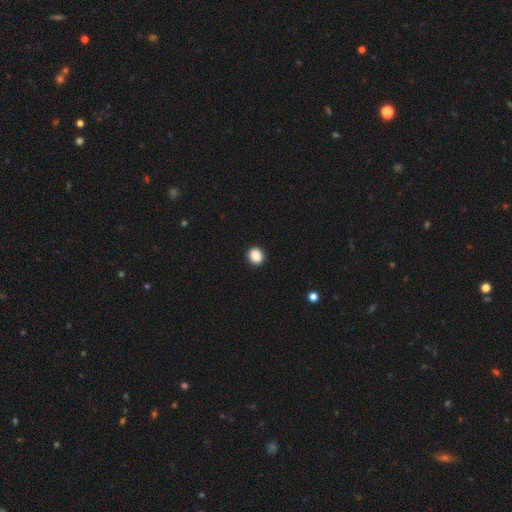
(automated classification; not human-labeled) Q: Smooth or featured?
A: smooth (88%); runner-up: star or artifact (9%)
Q: How rounded?
A: round (70%); runner-up: in between (29%)
Q: Merging?
A: none (91%); runner-up: minor disturbance (7%)